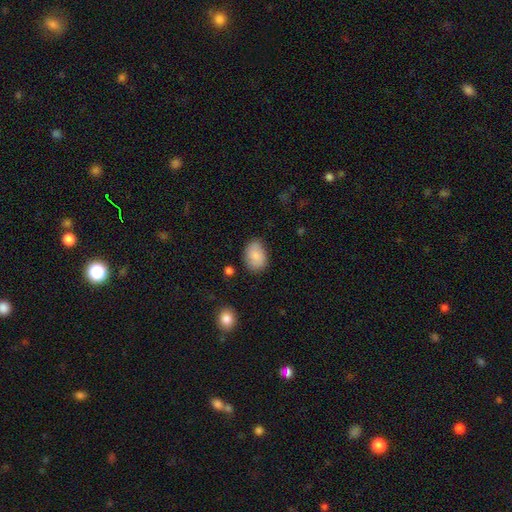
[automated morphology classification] This is clearly a smooth galaxy (84%). How rounded: clearly in between (81%). Merging: likely none (76%).